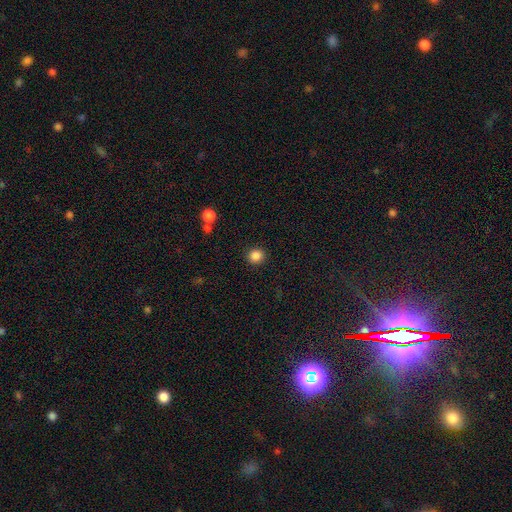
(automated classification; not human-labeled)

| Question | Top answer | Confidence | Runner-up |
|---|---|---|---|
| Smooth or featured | smooth | 86% | star or artifact (11%) |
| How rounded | round | 90% | in between (9%) |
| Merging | none | 91% | minor disturbance (6%) |